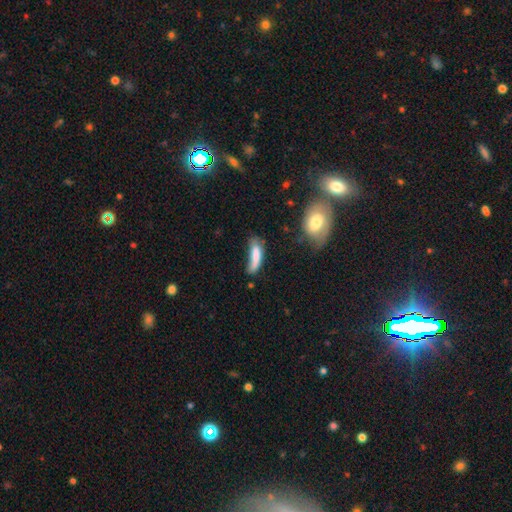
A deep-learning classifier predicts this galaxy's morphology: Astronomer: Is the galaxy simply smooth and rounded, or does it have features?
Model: smooth — 73%.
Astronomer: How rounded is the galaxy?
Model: cigar-shaped — 58% (runner-up: in between, 40%).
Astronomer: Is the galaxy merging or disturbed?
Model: none — 35% (runner-up: minor disturbance, 30%).